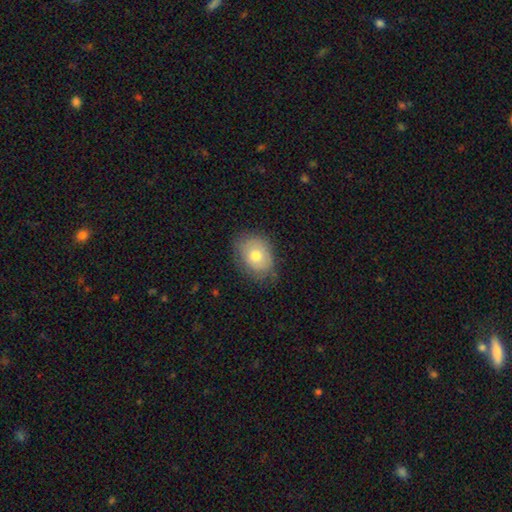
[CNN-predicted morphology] type=smooth (71%); roundness=in between (63%); merging=none (71%).